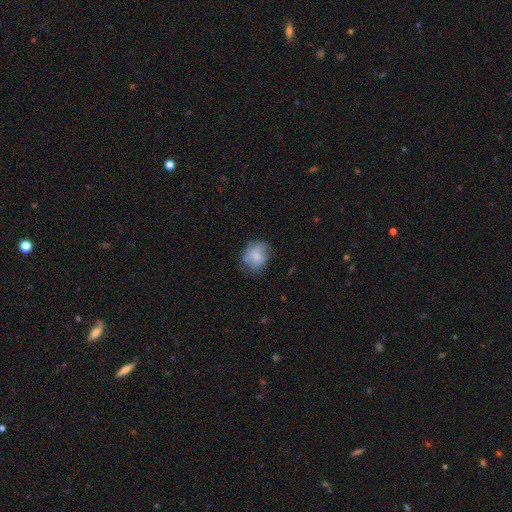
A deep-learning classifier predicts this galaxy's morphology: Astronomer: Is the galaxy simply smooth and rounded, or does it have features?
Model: smooth — 70%.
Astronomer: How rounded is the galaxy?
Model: round — 63%.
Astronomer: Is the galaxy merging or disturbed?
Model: none — 63%.